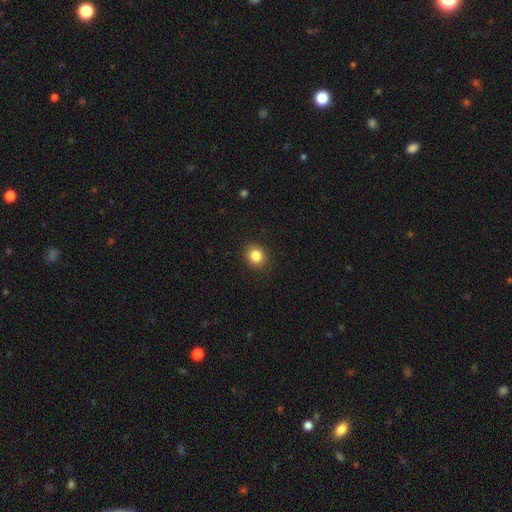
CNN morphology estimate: smooth 84%, star or artifact 10%, featured or disk 5%. Down the decision tree: how rounded — round (79%); merging — none (91%).